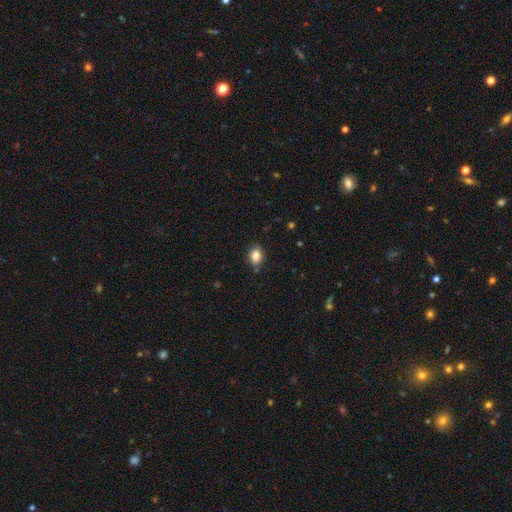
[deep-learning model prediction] This is clearly a smooth galaxy (83%). How rounded: likely in between (74%). Merging: clearly none (81%).